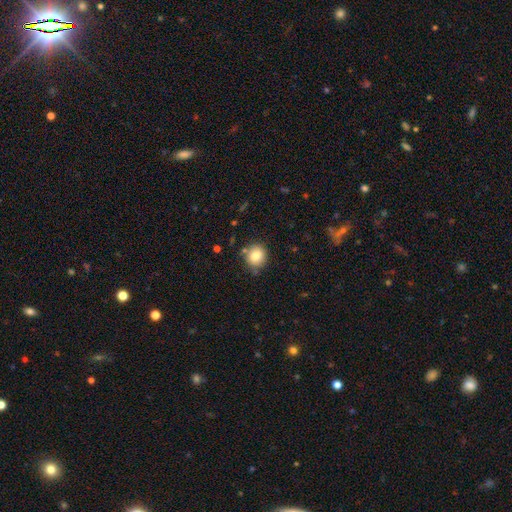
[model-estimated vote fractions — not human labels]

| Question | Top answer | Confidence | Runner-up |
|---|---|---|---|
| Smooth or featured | smooth | 82% | star or artifact (10%) |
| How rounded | round | 84% | in between (15%) |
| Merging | none | 81% | minor disturbance (12%) |